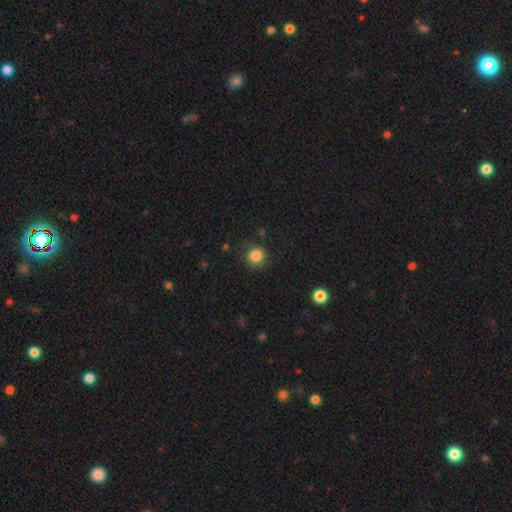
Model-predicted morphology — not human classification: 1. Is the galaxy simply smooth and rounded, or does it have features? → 84% smooth, 11% star or artifact, 5% featured or disk.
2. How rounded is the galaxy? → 89% round, 10% in between, 1% cigar-shaped.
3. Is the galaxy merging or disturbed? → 77% none, 16% minor disturbance, 5% major disturbance, 2% merger.